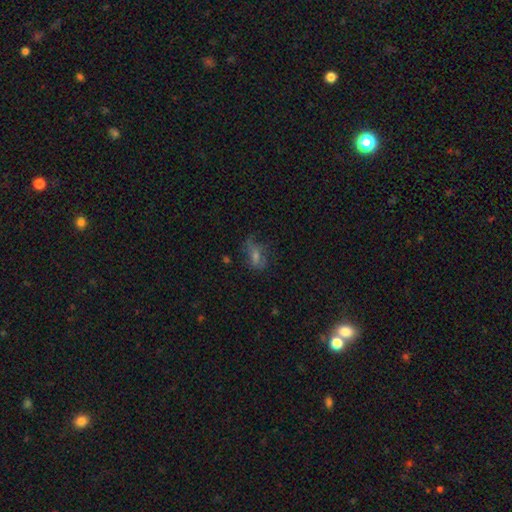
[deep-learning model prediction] smooth-or-featured: smooth: 38% | featured or disk: 35% | star or artifact: 27%
  merging: none: 54% | minor disturbance: 23% | major disturbance: 20% | merger: 3%